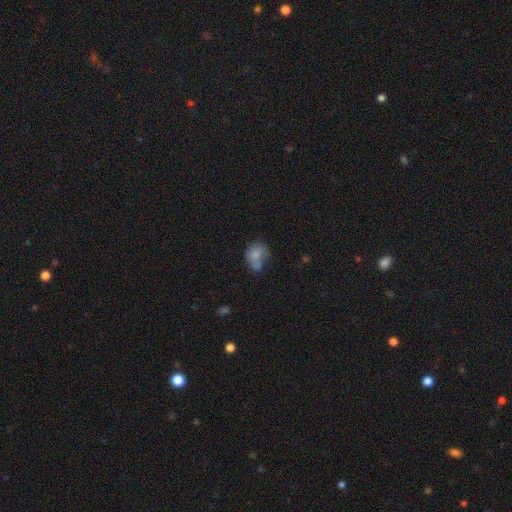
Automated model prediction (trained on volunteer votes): Smooth or featured: smooth — 73% (featured or disk — 18%)
How rounded: in between — 55% (round — 44%)
Merging: none — 33% (merger — 31%)